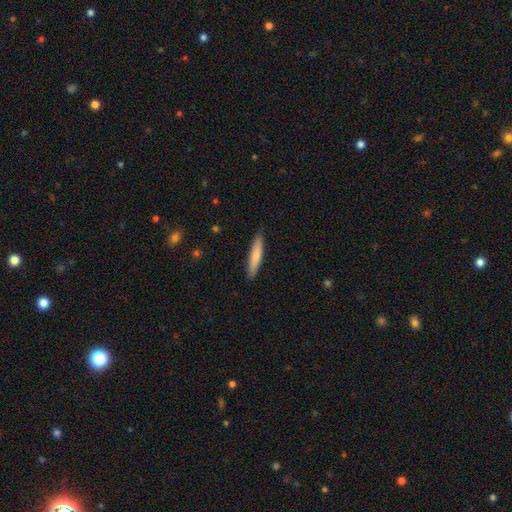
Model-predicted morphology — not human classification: smooth-or-featured: smooth: 76% | featured or disk: 18% | star or artifact: 5%
  how-rounded: cigar-shaped: 89% | in between: 10% | round: 1%
  merging: none: 89% | minor disturbance: 8% | major disturbance: 2% | merger: 1%